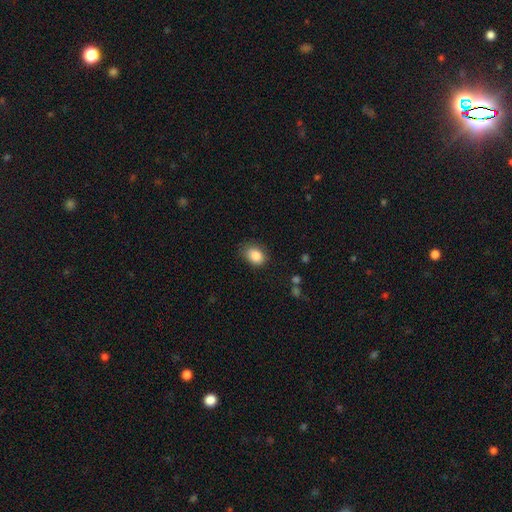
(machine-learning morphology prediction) Q: Smooth or featured?
A: smooth (86%); runner-up: star or artifact (9%)
Q: How rounded?
A: in between (67%); runner-up: round (32%)
Q: Merging?
A: none (73%); runner-up: minor disturbance (21%)